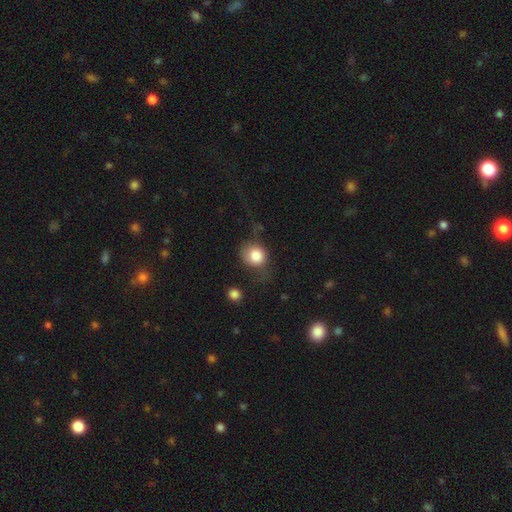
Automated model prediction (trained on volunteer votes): Morphology: type=smooth (81%); roundness=round (71%); merging=none (47%).